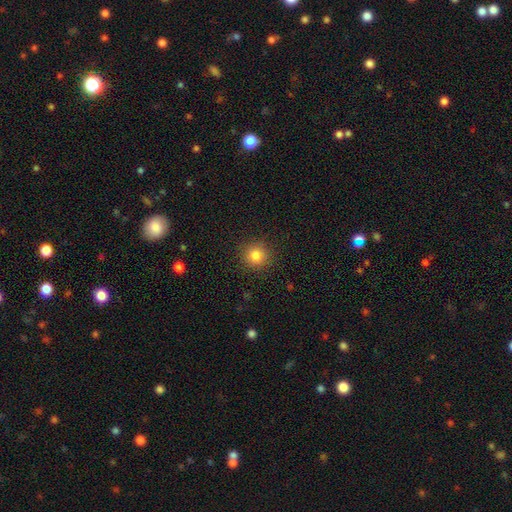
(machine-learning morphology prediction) type=smooth (83%); roundness=round (93%); merging=none (91%).